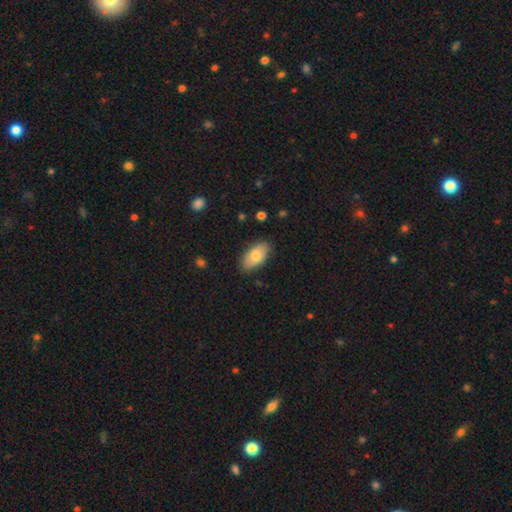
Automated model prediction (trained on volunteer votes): This is likely a smooth galaxy (77%). How rounded: clearly in between (93%). Merging: clearly none (84%).